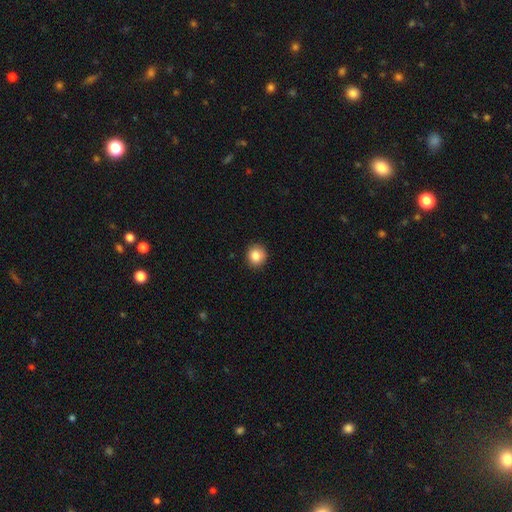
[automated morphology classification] A smooth galaxy with no disk features (86%) that is round (88%). Merging: none (90%).